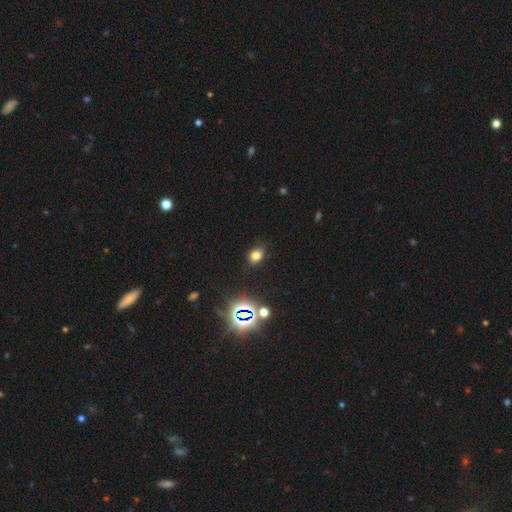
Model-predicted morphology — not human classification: Overall: smooth (70%). How rounded: in between (60%; round 38%). Merging: none (83%).